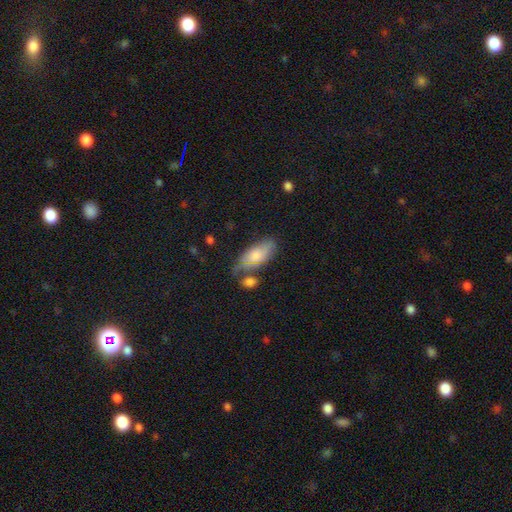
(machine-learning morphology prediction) A smooth galaxy with no disk features (68%) that is in between round and cigar-shaped (85%). Merging: none (50%).